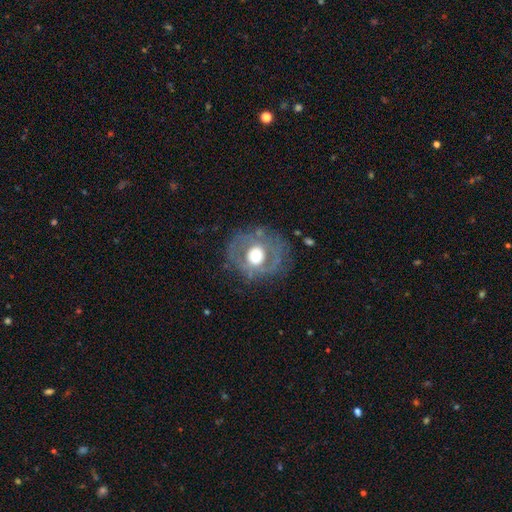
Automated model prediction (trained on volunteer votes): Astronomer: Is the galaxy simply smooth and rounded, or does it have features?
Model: featured or disk — 56% (runner-up: smooth, 36%).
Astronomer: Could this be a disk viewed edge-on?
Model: no — 96%.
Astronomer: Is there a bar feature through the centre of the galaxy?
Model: no — 83%.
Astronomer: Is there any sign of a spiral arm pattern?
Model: no — 69%.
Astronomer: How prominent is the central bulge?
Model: moderate — 45% (runner-up: large, 42%).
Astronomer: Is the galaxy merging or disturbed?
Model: none — 67%.